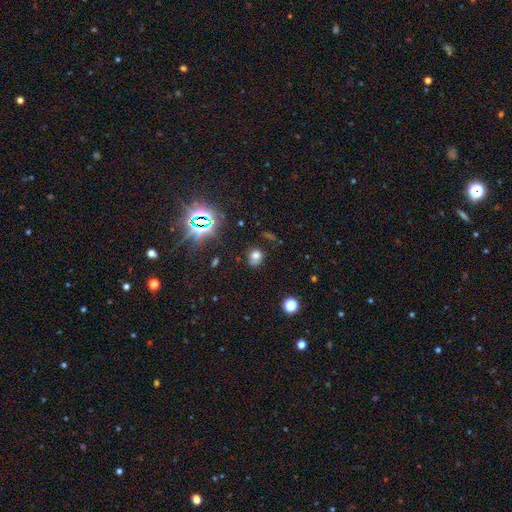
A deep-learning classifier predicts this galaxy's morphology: Smooth or featured? smooth (65%)
How rounded? round (57%)
Merging? none (59%)